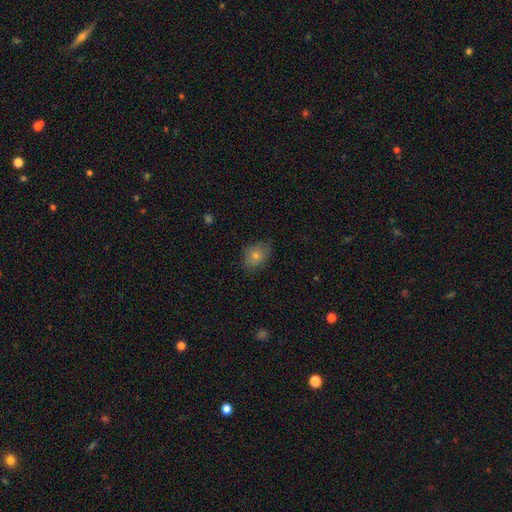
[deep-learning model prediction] The model was most divided on "how rounded": in between: 57%, round: 42%, cigar-shaped: 1%. More confident: merging — none (80%); smooth or featured — smooth (69%).